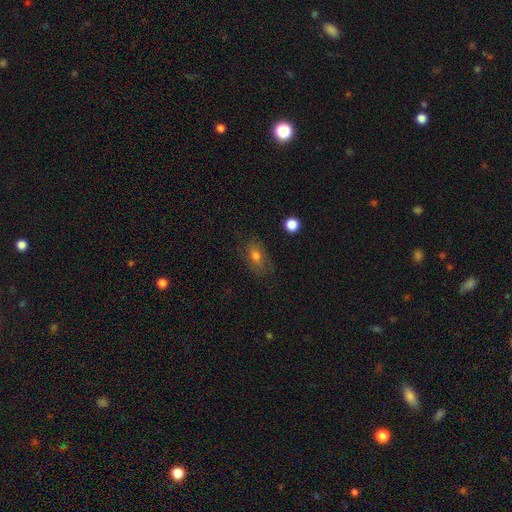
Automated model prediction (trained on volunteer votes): Overall: smooth (70%). How rounded: in between (82%). Merging: none (73%).